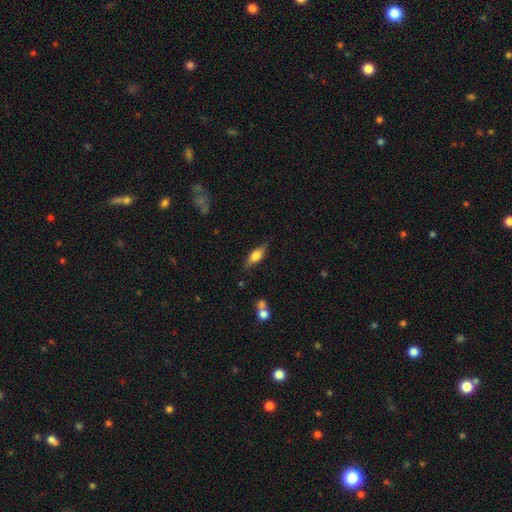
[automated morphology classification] Smooth or featured? smooth (52%)
How rounded? in between (62%)
Merging? none (79%)